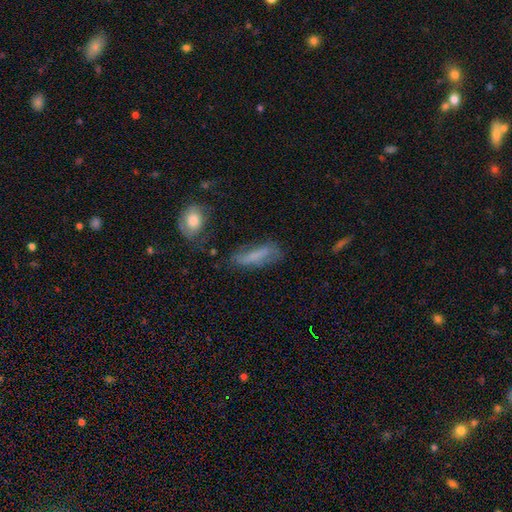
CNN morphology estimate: type=smooth (61%); roundness=cigar-shaped (61%); merging=none (55%).